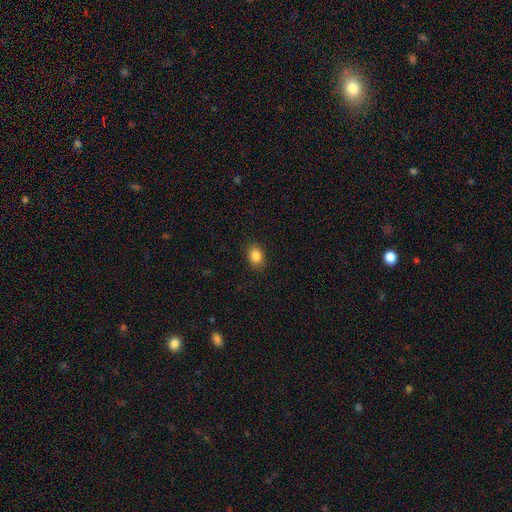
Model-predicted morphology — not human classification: Smooth or featured? smooth (86%)
How rounded? in between (60%)
Merging? none (88%)